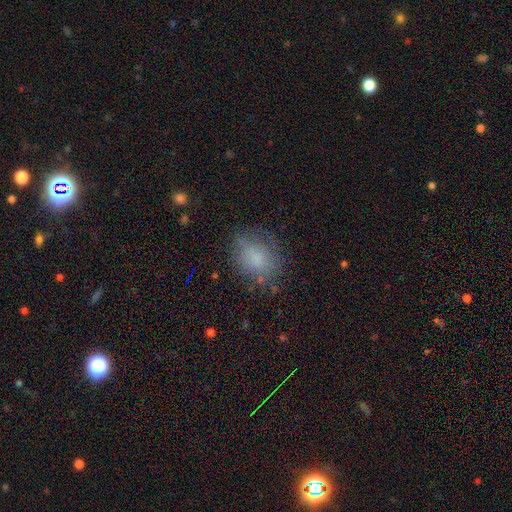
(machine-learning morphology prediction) Smooth or featured? Predicted: smooth (p=0.68). How rounded? Predicted: in between (p=0.55). Merging? Predicted: none (p=0.65).